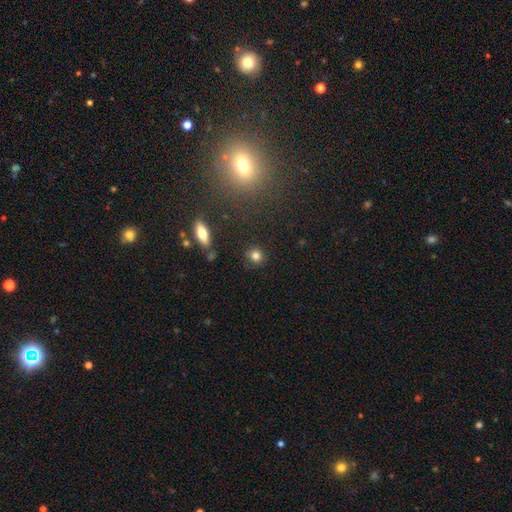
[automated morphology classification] The model was most divided on "how rounded": round: 85%, in between: 14%, cigar-shaped: 2%. More confident: merging — none (87%); smooth or featured — smooth (82%).